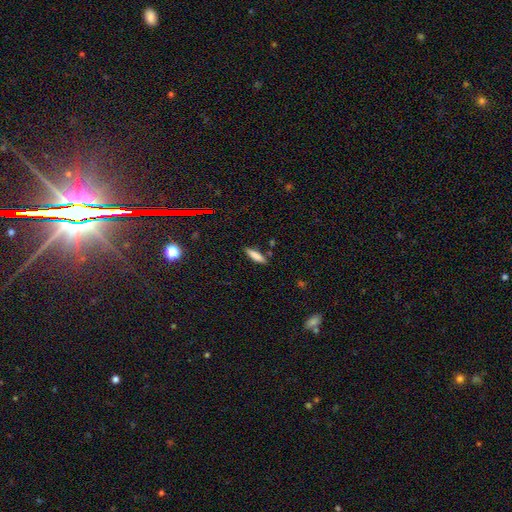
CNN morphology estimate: smooth_or_featured: smooth (p=0.79) [alt: featured or disk p=0.12]
how_rounded: cigar-shaped (p=0.68) [alt: in between p=0.30]
merging: none (p=0.83) [alt: minor disturbance p=0.11]